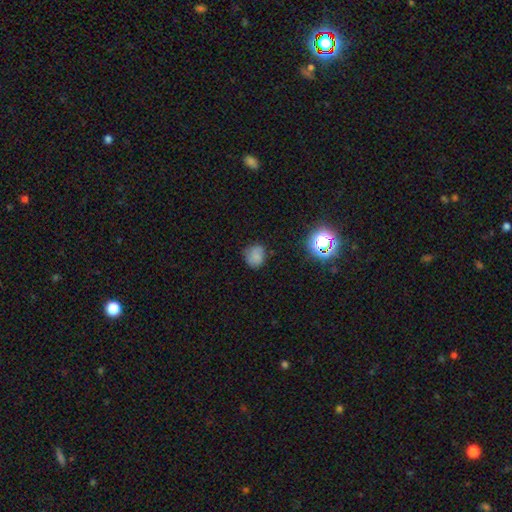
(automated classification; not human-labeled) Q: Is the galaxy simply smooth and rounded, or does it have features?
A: smooth — 73%.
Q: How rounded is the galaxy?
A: round — 76%.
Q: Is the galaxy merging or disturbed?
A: none — 71%.